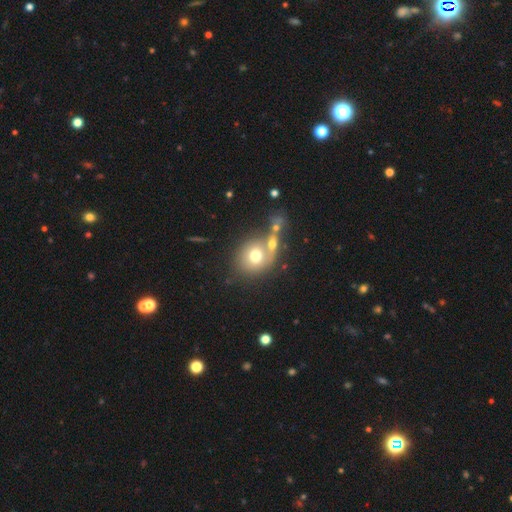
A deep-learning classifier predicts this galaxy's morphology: This is likely a smooth galaxy (68%). How rounded: likely round (74%). Merging: possibly merger (46%).